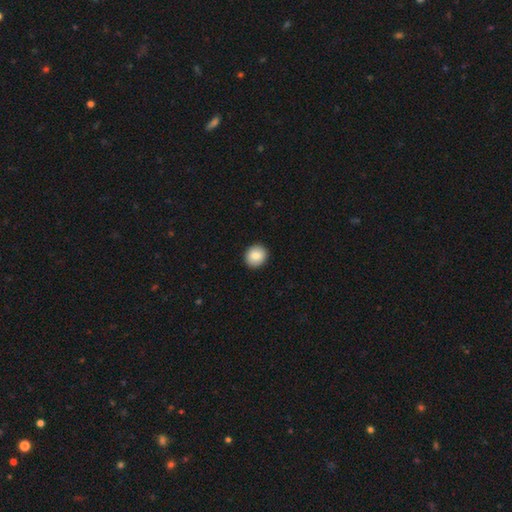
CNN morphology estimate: smooth 86%, star or artifact 7%, featured or disk 7%. Down the decision tree: how rounded — round (82%); merging — none (92%).